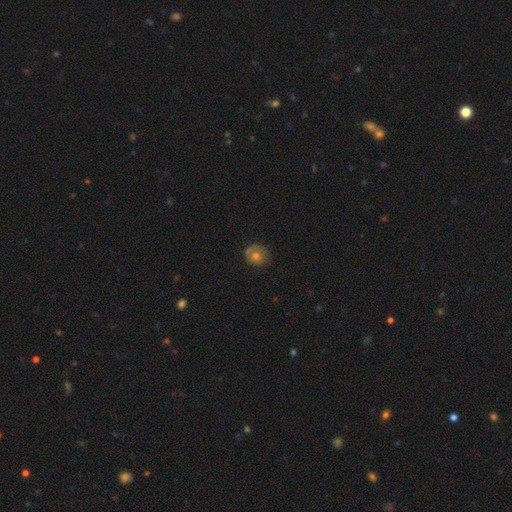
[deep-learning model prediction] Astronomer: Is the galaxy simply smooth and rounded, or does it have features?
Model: featured or disk — 44%, tied with smooth at 44%.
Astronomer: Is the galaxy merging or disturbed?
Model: none — 68%.